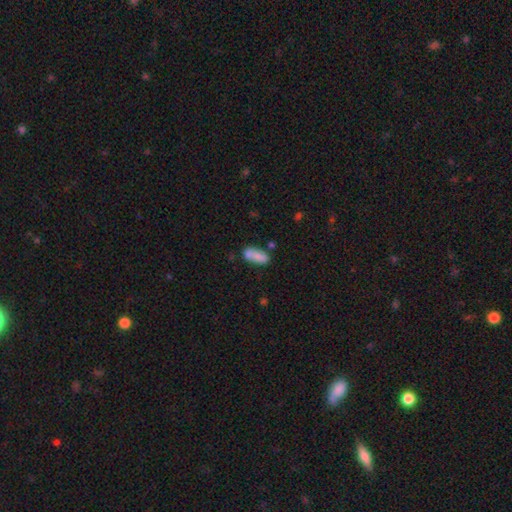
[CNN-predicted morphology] This appears to be a smooth galaxy with no disk features (79%) that is in between round and cigar-shaped (79%). Merging: none (57%).